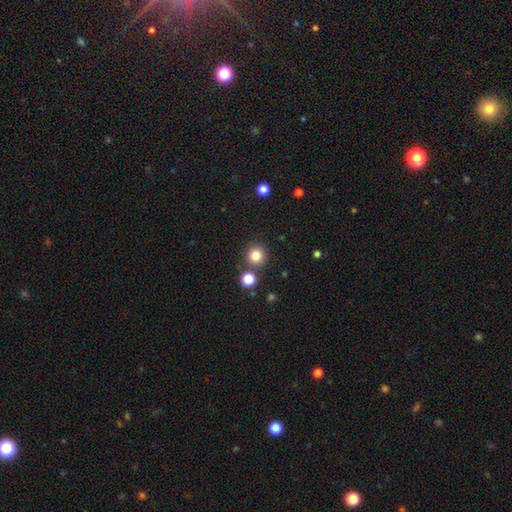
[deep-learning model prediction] Smooth or featured: smooth — 82% (star or artifact — 13%)
How rounded: round — 94% (in between — 5%)
Merging: none — 85% (merger — 7%)